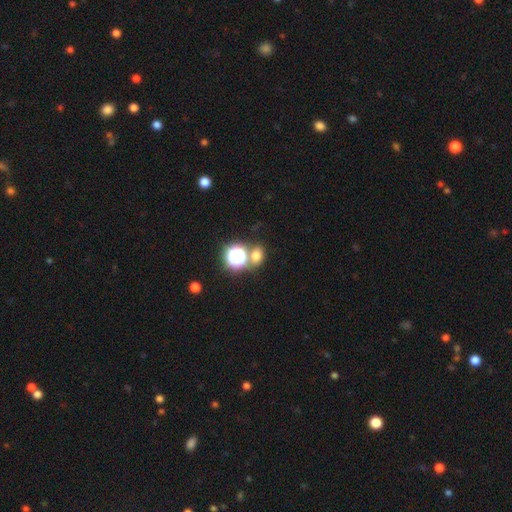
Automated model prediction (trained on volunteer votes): A smooth galaxy with no disk features (68%) that is round (55%). Merging: none (64%).